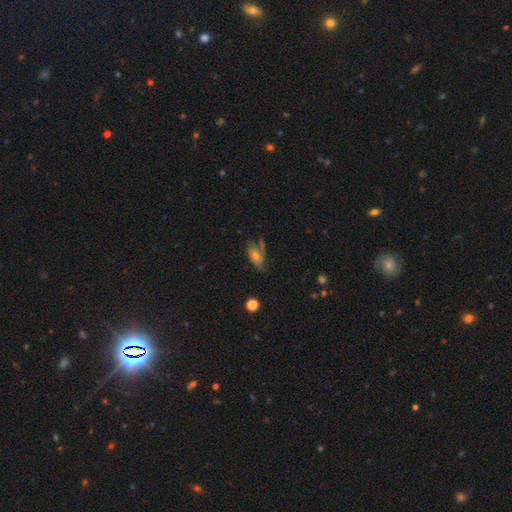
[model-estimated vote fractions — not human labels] Overall: featured or disk (52%; smooth 36%). Edge-on disk: no (89%). Merging: none (50%; minor disturbance 25%).